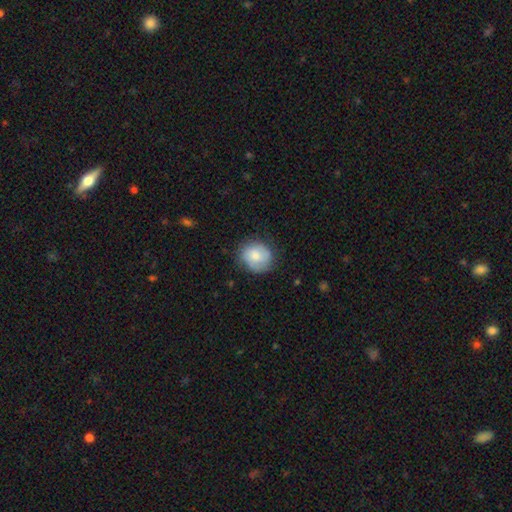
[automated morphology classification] smooth 69%, featured or disk 24%, star or artifact 7%. Down the decision tree: how rounded — round (76%); merging — none (72%).